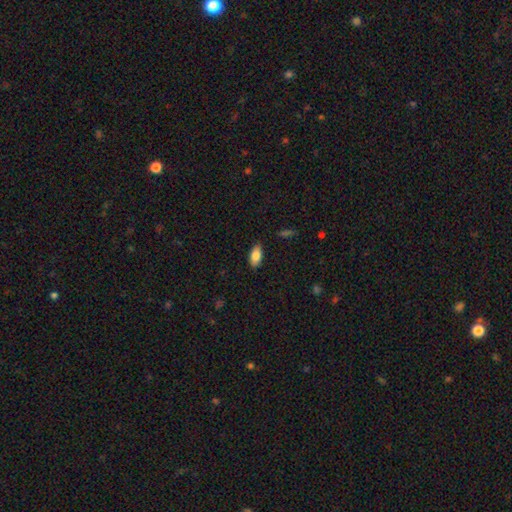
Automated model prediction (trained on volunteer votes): Smooth or featured?
  - smooth: 83% *
  - featured or disk: 10%
  - star or artifact: 7%
How rounded?
  - in between: 91% *
  - cigar-shaped: 6%
  - round: 3%
Merging?
  - none: 85% *
  - minor disturbance: 12%
  - major disturbance: 2%
  - merger: 1%